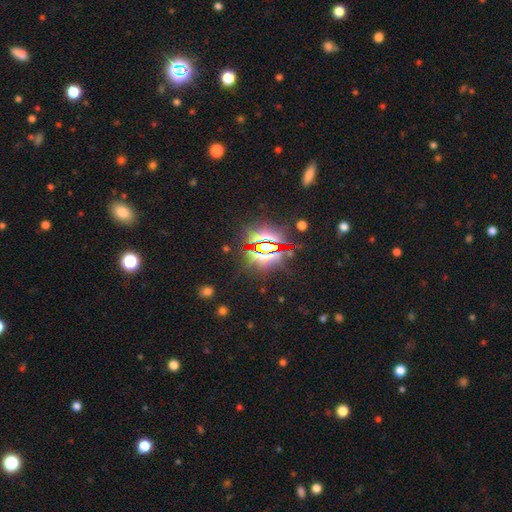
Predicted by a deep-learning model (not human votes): Morphology: type=star or artifact (81%).